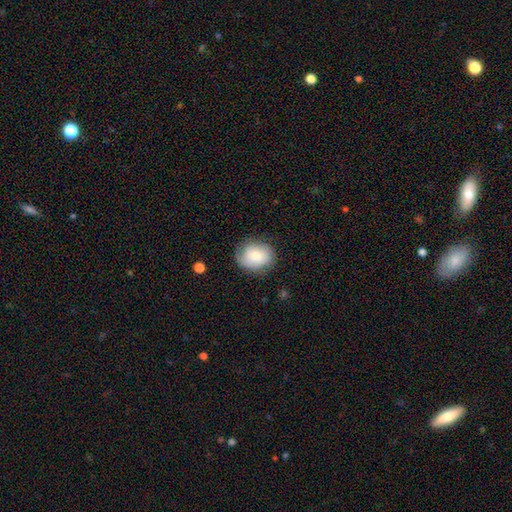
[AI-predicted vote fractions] A smooth galaxy with no disk features (67%) that is round (69%).

Vote fractions:
- Smooth or featured? smooth: 67% / featured or disk: 25% / star or artifact: 8%
- How rounded? round: 69% / in between: 31% / cigar-shaped: 1%
- Merging? none: 76% / minor disturbance: 18% / major disturbance: 5% / merger: 1%